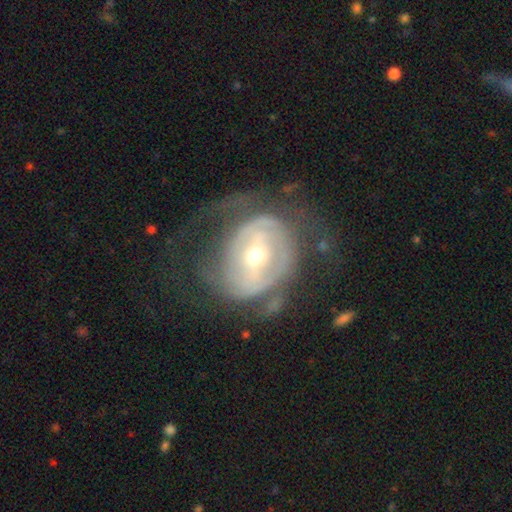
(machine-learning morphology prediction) Smooth or featured? Predicted: featured or disk (p=0.77). Edge-on disk? Predicted: no (p=0.96). Bar? Predicted: weak (p=0.37, tied with no). Spiral arms? Predicted: yes (p=0.72). Spiral winding? Predicted: tight (p=0.53). Spiral arm count? Predicted: 2 (p=0.39). Bulge size? Predicted: moderate (p=0.50). Merging? Predicted: none (p=0.45).